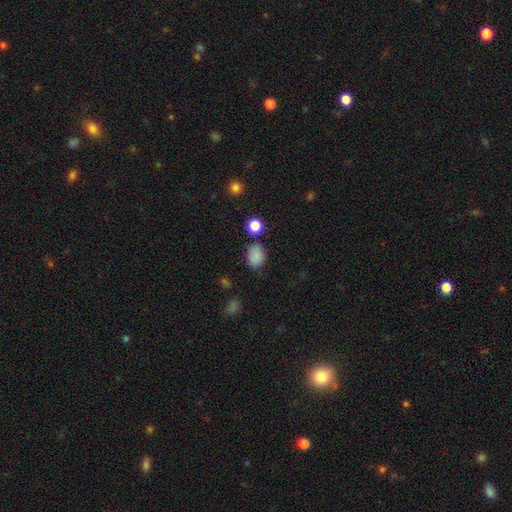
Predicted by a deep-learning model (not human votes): A smooth galaxy with no disk features (82%) that is in between round and cigar-shaped (67%). Merging: none (75%).